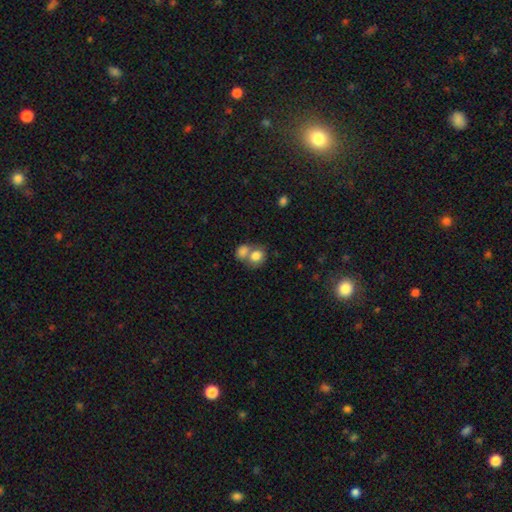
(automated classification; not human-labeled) smooth-or-featured: smooth: 79% | featured or disk: 12% | star or artifact: 9%
  how-rounded: round: 59% | in between: 40% | cigar-shaped: 1%
  merging: merger: 57% | none: 30% | minor disturbance: 8% | major disturbance: 4%